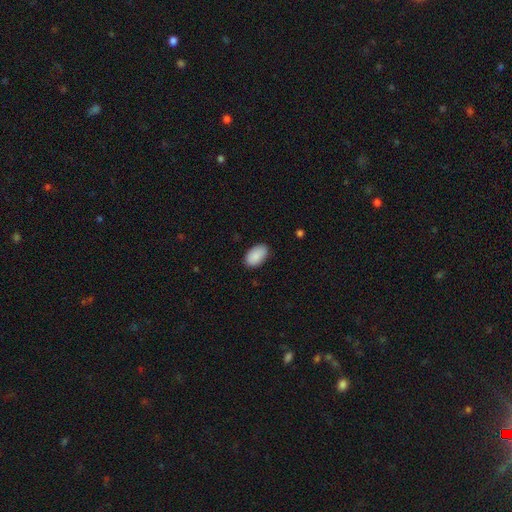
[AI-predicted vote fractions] smooth_or_featured: smooth (p=0.90) [alt: star or artifact p=0.06]
how_rounded: in between (p=0.94) [alt: round p=0.04]
merging: none (p=0.86) [alt: minor disturbance p=0.11]